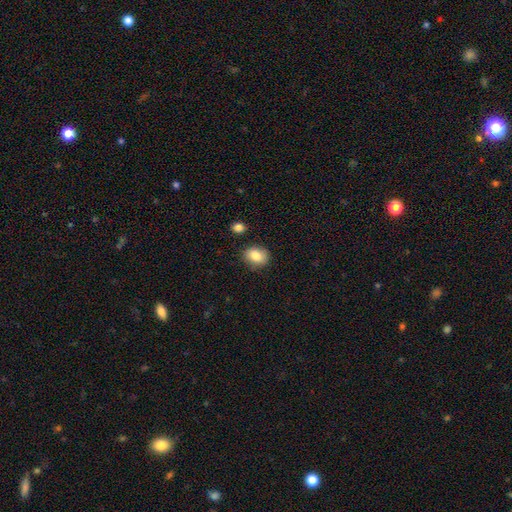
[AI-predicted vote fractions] The model was most divided on "how rounded": in between: 60%, round: 38%, cigar-shaped: 1%. More confident: smooth or featured — smooth (83%); merging — none (83%).